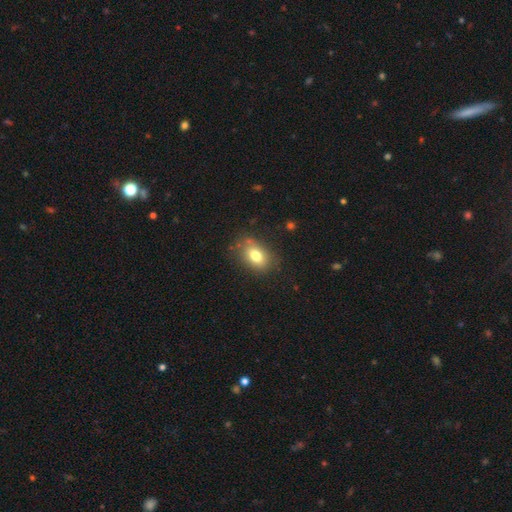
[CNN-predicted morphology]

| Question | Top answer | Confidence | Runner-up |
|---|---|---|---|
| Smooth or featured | smooth | 78% | featured or disk (13%) |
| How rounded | in between | 79% | round (19%) |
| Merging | none | 78% | minor disturbance (15%) |